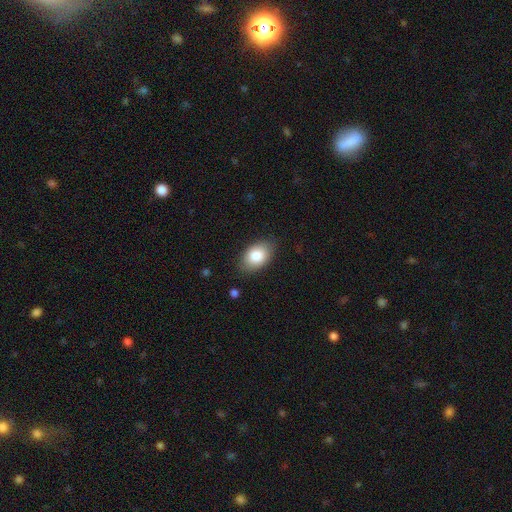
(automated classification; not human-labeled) Smooth or featured?
  - smooth: 83% *
  - featured or disk: 10%
  - star or artifact: 7%
How rounded?
  - in between: 87% *
  - round: 12%
  - cigar-shaped: 1%
Merging?
  - none: 83% *
  - minor disturbance: 13%
  - major disturbance: 3%
  - merger: 1%